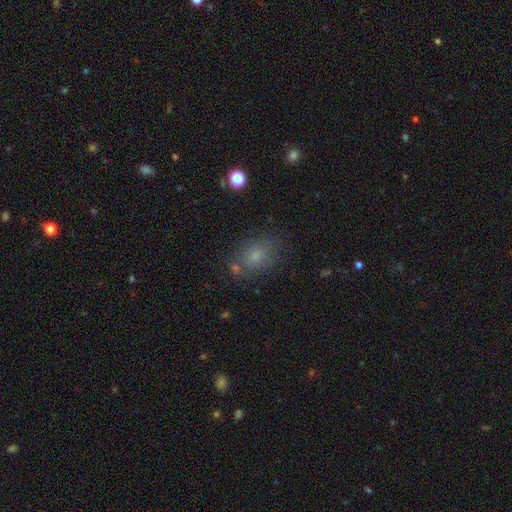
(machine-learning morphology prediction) Smooth or featured?
  - smooth: 72% *
  - star or artifact: 17%
  - featured or disk: 11%
How rounded?
  - in between: 66% *
  - round: 33%
  - cigar-shaped: 2%
Merging?
  - none: 74% *
  - minor disturbance: 14%
  - merger: 7%
  - major disturbance: 5%